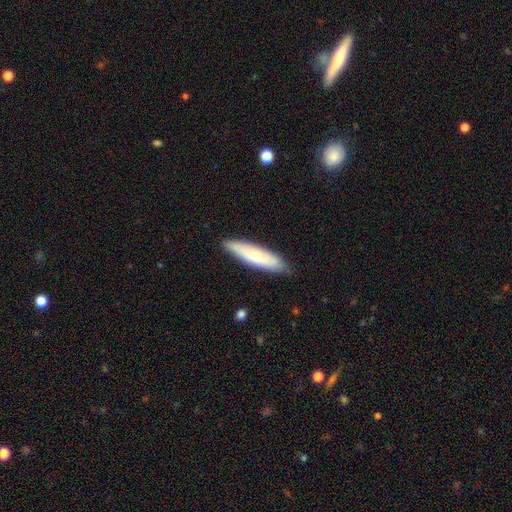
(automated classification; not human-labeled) A smooth galaxy with no disk features (57%) that is cigar-shaped (69%).

Vote fractions:
- Smooth or featured? smooth: 57% / featured or disk: 38% / star or artifact: 5%
- How rounded? cigar-shaped: 69% / in between: 30% / round: 2%
- Merging? none: 83% / minor disturbance: 13% / major disturbance: 2% / merger: 1%